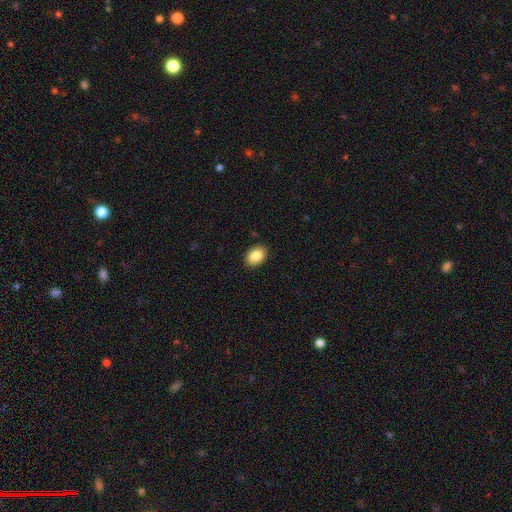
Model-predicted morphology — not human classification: Smooth or featured? Predicted: smooth (p=0.86). How rounded? Predicted: in between (p=0.80). Merging? Predicted: none (p=0.89).